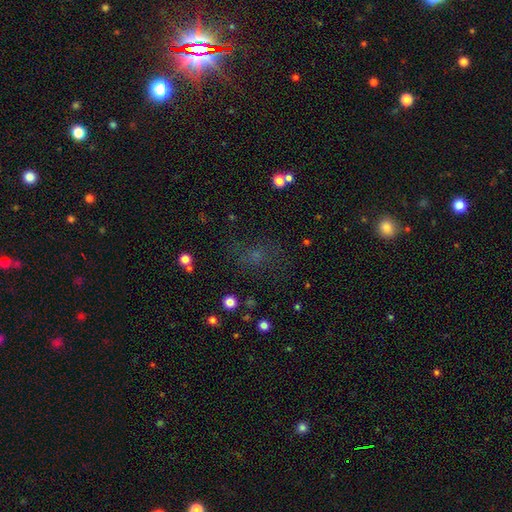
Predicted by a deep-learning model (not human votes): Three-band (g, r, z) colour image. It shows a smooth galaxy with no disk features (43%). Merging: none (64%).